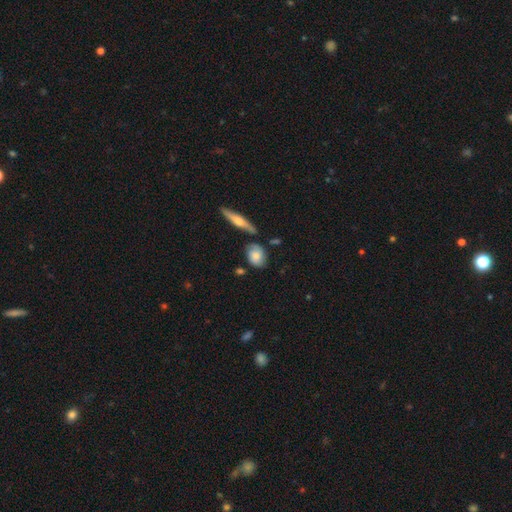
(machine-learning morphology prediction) A smooth galaxy with no disk features (68%) that is in between round and cigar-shaped (63%). Merging: none (64%).